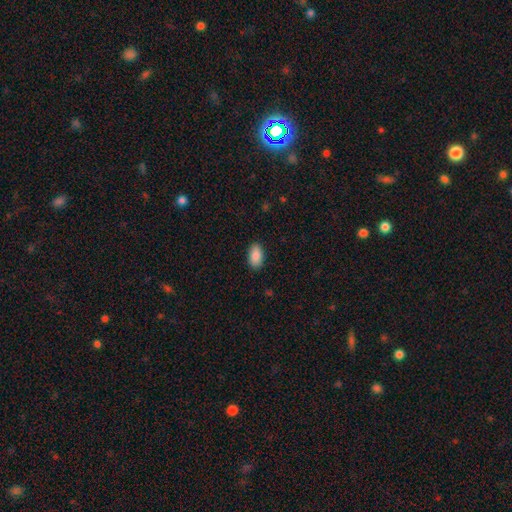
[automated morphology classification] smooth 89%, star or artifact 7%, featured or disk 4%. Down the decision tree: how rounded — in between (94%); merging — none (89%).